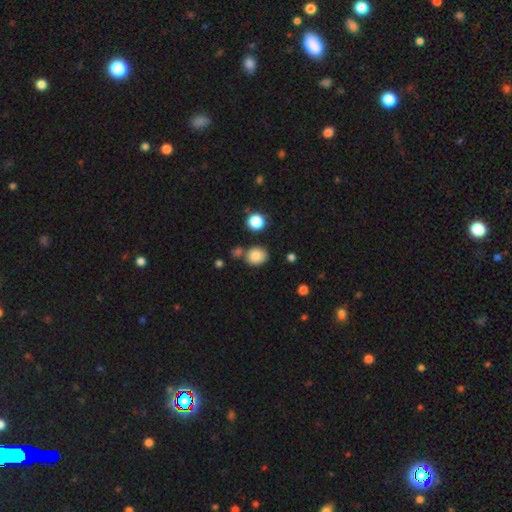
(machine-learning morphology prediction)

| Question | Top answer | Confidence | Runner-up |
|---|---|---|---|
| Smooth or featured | smooth | 83% | star or artifact (10%) |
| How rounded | round | 68% | in between (31%) |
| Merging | none | 73% | minor disturbance (12%) |